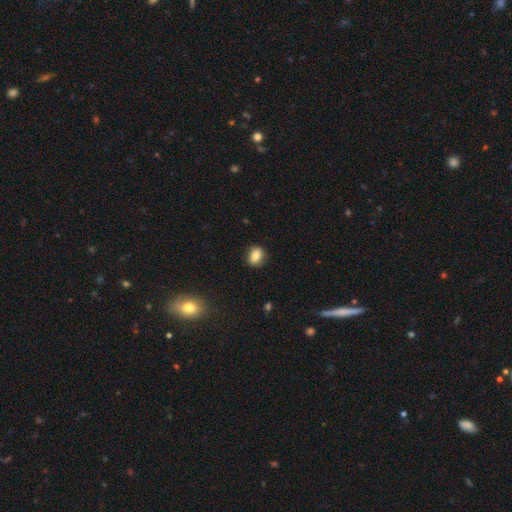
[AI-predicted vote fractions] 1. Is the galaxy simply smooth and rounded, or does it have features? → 81% smooth, 10% featured or disk, 9% star or artifact.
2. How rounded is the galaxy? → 59% in between, 40% round, 2% cigar-shaped.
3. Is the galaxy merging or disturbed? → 83% none, 12% minor disturbance, 3% major disturbance, 1% merger.